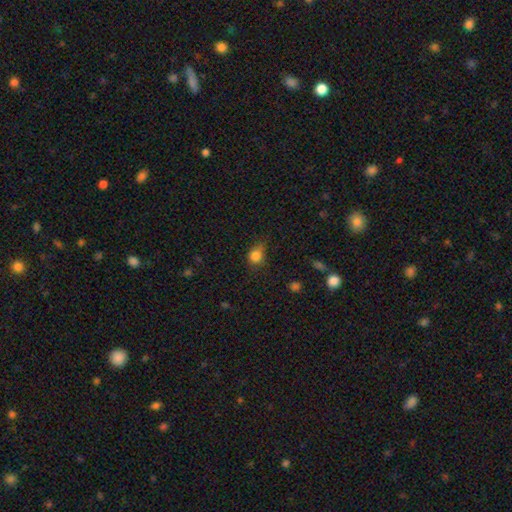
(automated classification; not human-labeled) The model was most divided on "merging": none: 53%, minor disturbance: 34%, major disturbance: 10%, merger: 3%. More confident: smooth or featured — smooth (82%); how rounded — round (67%).